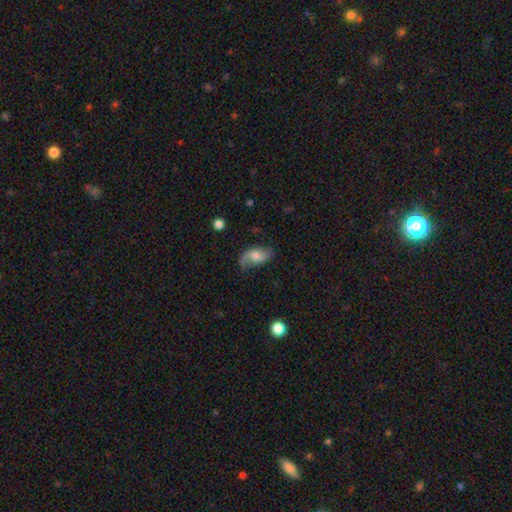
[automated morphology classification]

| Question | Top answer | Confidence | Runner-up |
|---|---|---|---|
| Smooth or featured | featured or disk | 49% | smooth (44%) |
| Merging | none | 58% | minor disturbance (28%) |